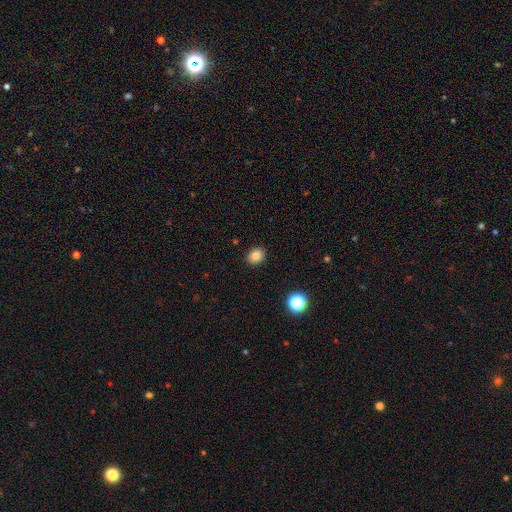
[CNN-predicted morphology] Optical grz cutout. It shows a smooth galaxy with no disk features (85%) that is round (60%). Merging: none (89%).